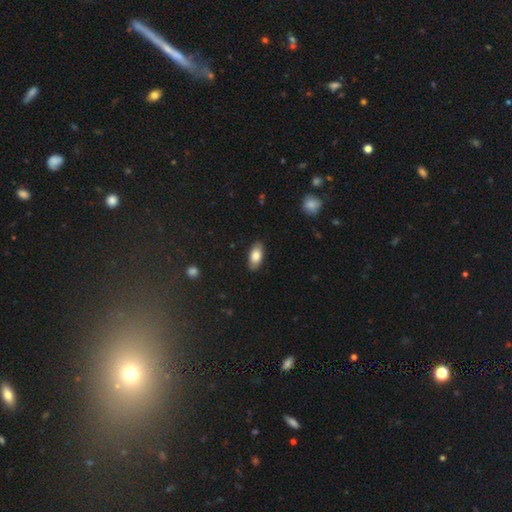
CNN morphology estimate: A smooth galaxy with no disk features (81%) that is in between round and cigar-shaped (91%). Merging: none (88%).